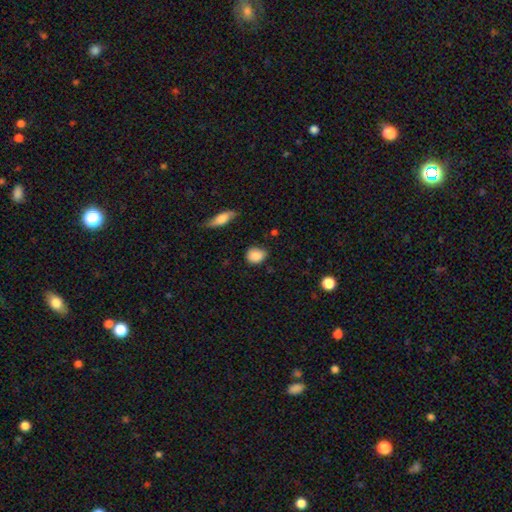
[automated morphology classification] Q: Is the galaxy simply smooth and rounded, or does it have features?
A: smooth — 87%.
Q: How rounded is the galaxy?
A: round — 52%.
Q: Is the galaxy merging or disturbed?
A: none — 75%.